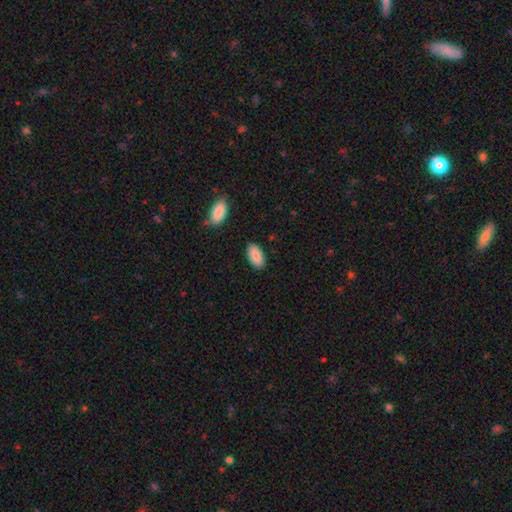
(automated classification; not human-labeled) The model was most divided on "merging": none: 86%, minor disturbance: 10%, major disturbance: 2%, merger: 2%. More confident: how rounded — in between (94%); smooth or featured — smooth (88%).